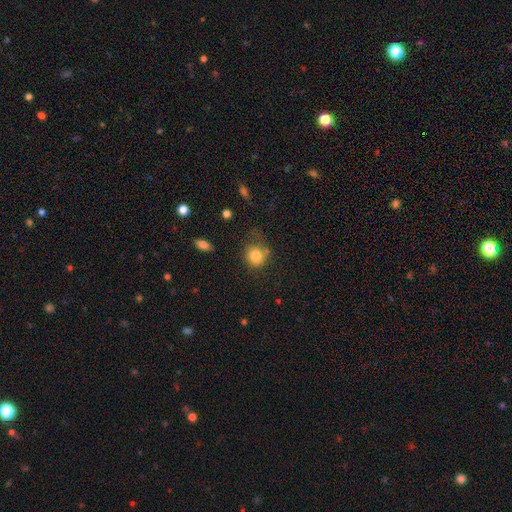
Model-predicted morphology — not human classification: type=smooth (82%); roundness=round (79%); merging=none (58%).